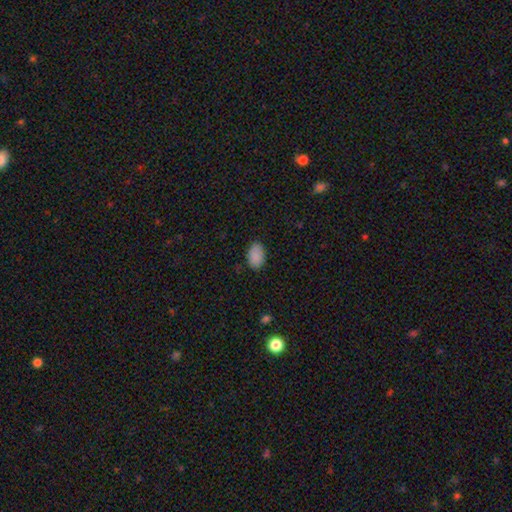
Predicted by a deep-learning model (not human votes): This appears to be a smooth galaxy with no disk features (89%) that is in between round and cigar-shaped (90%). Merging: none (85%).